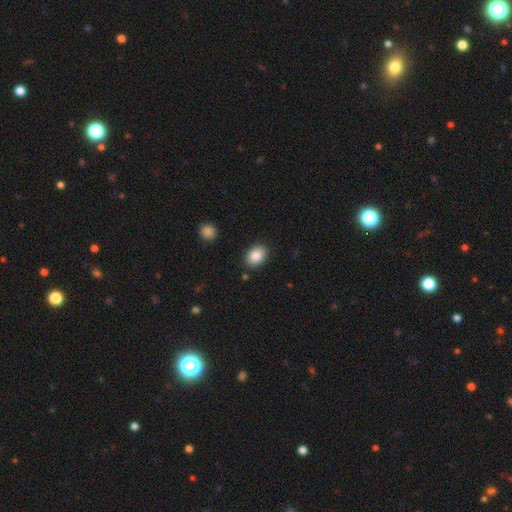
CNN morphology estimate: Q: Smooth or featured?
A: smooth (88%); runner-up: star or artifact (7%)
Q: How rounded?
A: in between (75%); runner-up: round (24%)
Q: Merging?
A: none (87%); runner-up: minor disturbance (9%)